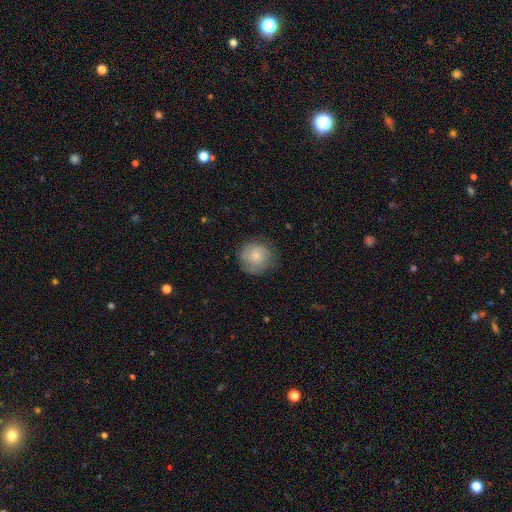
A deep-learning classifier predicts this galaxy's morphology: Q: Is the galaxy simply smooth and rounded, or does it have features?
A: smooth — 70%.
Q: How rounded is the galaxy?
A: round — 91%.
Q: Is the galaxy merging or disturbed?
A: none — 78%.